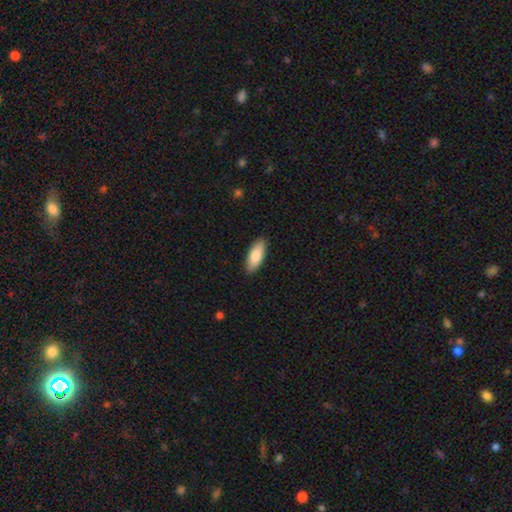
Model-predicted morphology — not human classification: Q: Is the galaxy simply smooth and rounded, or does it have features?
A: smooth — 85%.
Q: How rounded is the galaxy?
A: in between — 77%.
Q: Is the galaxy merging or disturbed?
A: none — 89%.